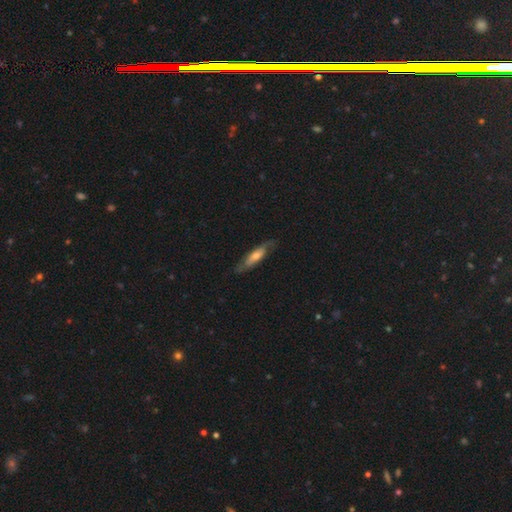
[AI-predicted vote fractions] Q: Smooth or featured?
A: featured or disk (57%); runner-up: smooth (37%)
Q: Edge-on disk?
A: no (51%); runner-up: yes (49%)
Q: Merging?
A: none (73%); runner-up: minor disturbance (19%)